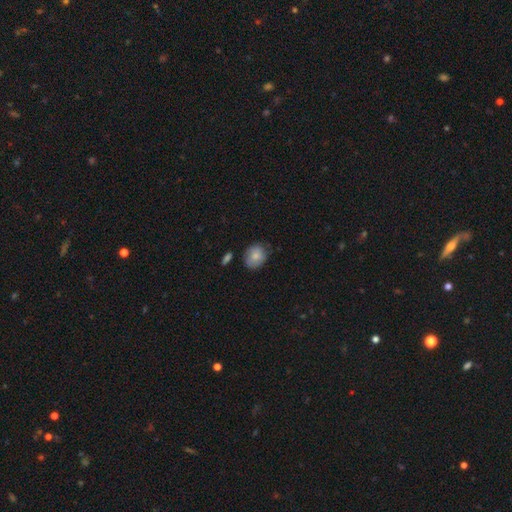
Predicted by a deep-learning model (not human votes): smooth 77%, featured or disk 16%, star or artifact 7%. Down the decision tree: how rounded — round (56%); merging — none (69%).